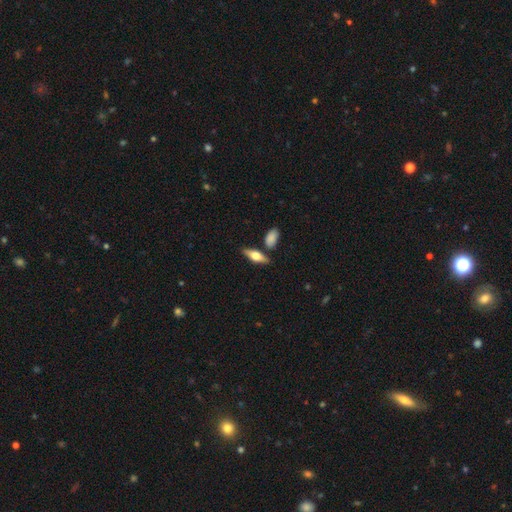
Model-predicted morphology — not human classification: A smooth galaxy with no disk features (48%).

Vote fractions:
- Smooth or featured? smooth: 48% / featured or disk: 46% / star or artifact: 6%
- Merging? none: 77% / minor disturbance: 12% / merger: 8% / major disturbance: 3%